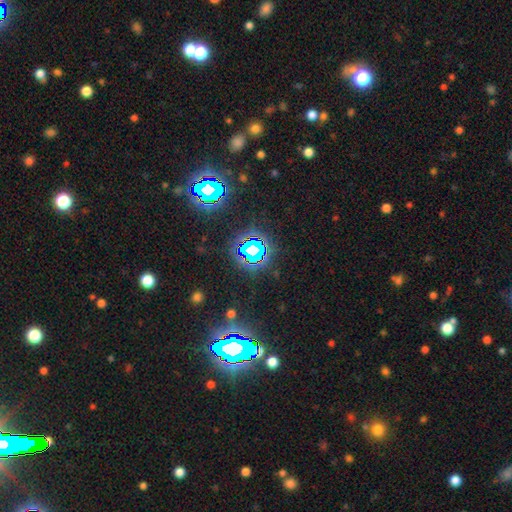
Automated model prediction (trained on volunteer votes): Q: Smooth or featured?
A: star or artifact (81%); runner-up: smooth (11%)